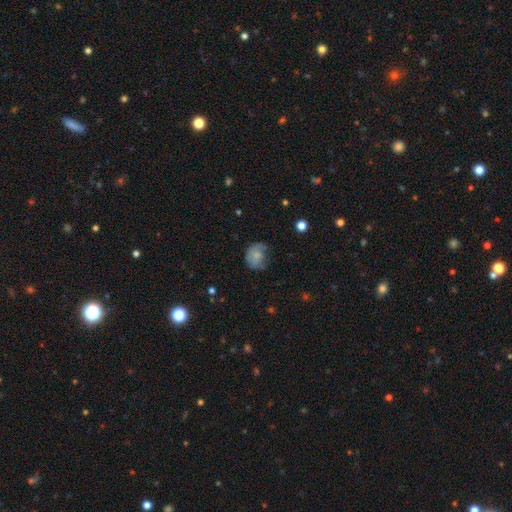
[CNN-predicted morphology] smooth_or_featured: smooth (p=0.63) [alt: featured or disk p=0.28]
how_rounded: round (p=0.55) [alt: in between p=0.44]
merging: none (p=0.41) [alt: minor disturbance p=0.34]